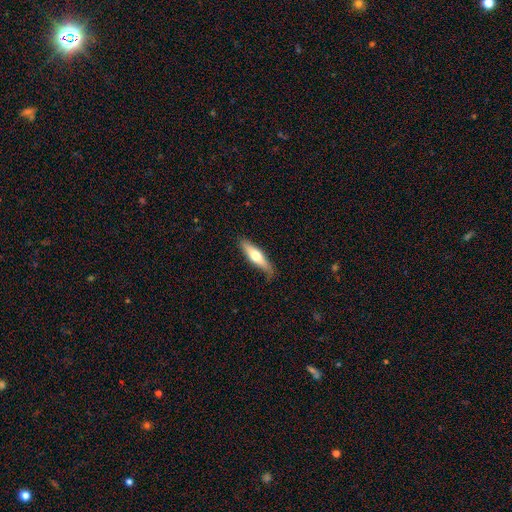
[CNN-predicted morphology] A smooth galaxy with no disk features (56%) that is cigar-shaped (70%).

Vote fractions:
- Smooth or featured? smooth: 56% / featured or disk: 39% / star or artifact: 5%
- How rounded? cigar-shaped: 70% / in between: 28% / round: 2%
- Merging? none: 76% / minor disturbance: 19% / major disturbance: 4% / merger: 1%